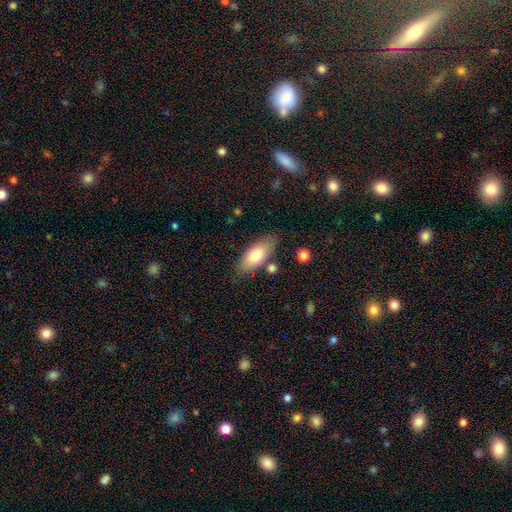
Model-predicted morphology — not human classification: smooth 74%, featured or disk 20%, star or artifact 6%. Down the decision tree: how rounded — in between (83%); merging — none (76%).